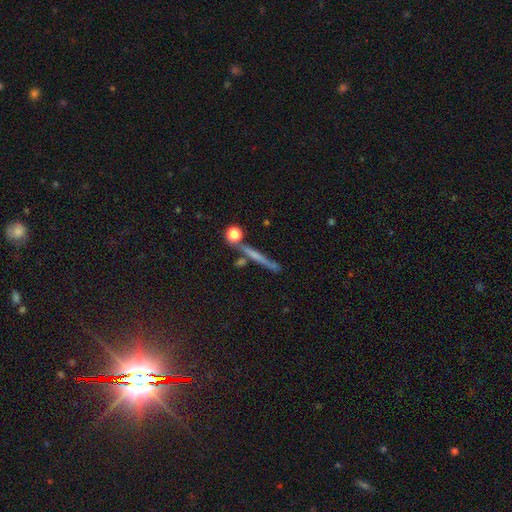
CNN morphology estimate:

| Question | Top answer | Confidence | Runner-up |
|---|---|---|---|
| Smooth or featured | featured or disk | 43% | smooth (42%) |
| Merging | none | 76% | minor disturbance (11%) |